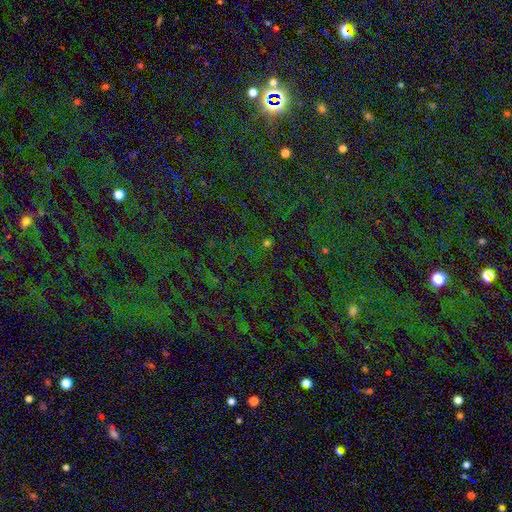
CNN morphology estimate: The model was most divided on "smooth or featured": star or artifact: 76%, smooth: 16%, featured or disk: 8%.